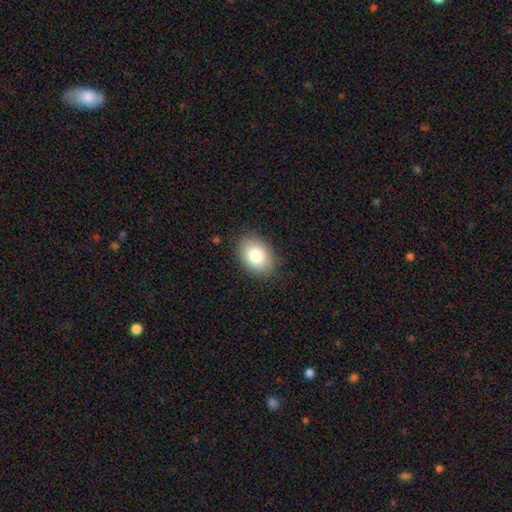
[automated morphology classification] Smooth or featured: smooth — 84% (featured or disk — 9%)
How rounded: in between — 78% (round — 21%)
Merging: none — 86% (minor disturbance — 10%)